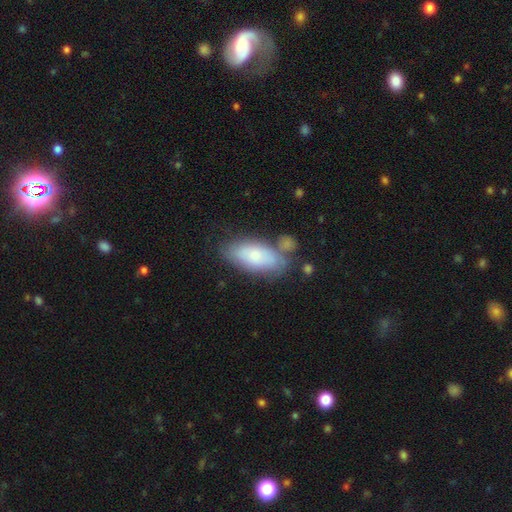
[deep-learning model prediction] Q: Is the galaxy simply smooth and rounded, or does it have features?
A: smooth — 70%.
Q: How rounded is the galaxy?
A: in between — 86%.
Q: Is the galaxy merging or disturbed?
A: none — 61%.